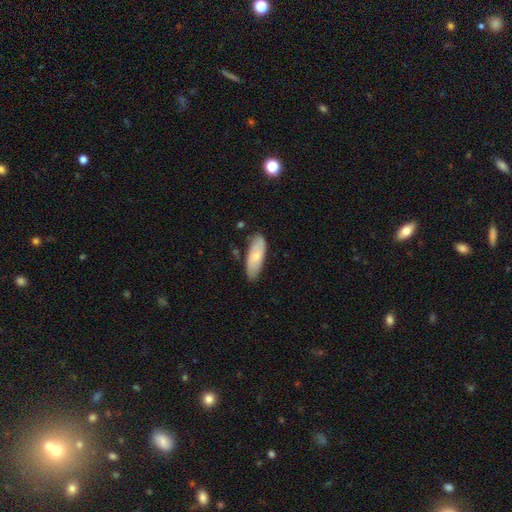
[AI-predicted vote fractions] Smooth or featured? smooth (65%)
How rounded? in between (72%)
Merging? none (77%)